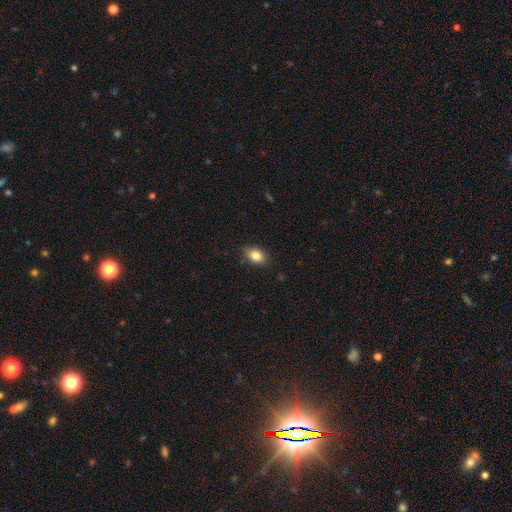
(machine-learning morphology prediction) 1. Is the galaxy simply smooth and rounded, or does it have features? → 85% smooth, 9% star or artifact, 7% featured or disk.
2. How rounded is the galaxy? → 76% in between, 22% round, 1% cigar-shaped.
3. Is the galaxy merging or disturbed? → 82% none, 14% minor disturbance, 3% major disturbance, 1% merger.